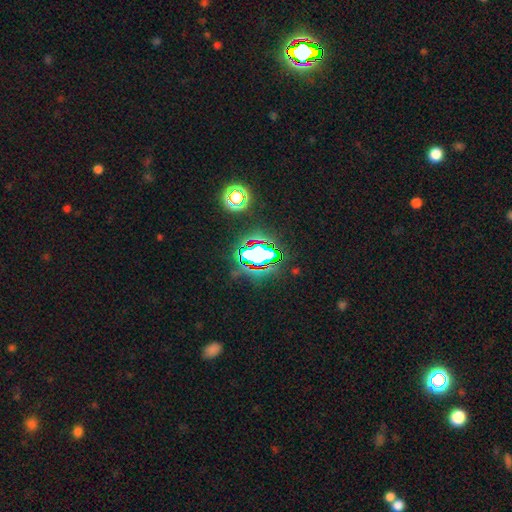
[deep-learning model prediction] smooth_or_featured: star or artifact (p=0.63) [alt: smooth p=0.23]